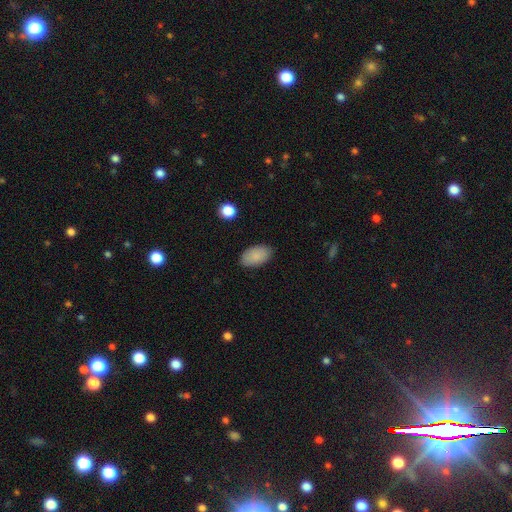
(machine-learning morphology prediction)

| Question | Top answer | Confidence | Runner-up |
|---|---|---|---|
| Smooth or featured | smooth | 87% | star or artifact (7%) |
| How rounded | in between | 94% | round (4%) |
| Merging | none | 86% | minor disturbance (11%) |